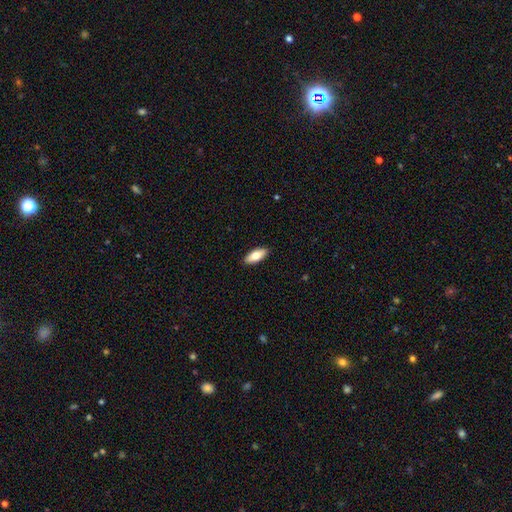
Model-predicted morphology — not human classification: Smooth or featured: smooth — 76% (featured or disk — 18%)
How rounded: in between — 82% (cigar-shaped — 15%)
Merging: none — 91% (minor disturbance — 7%)